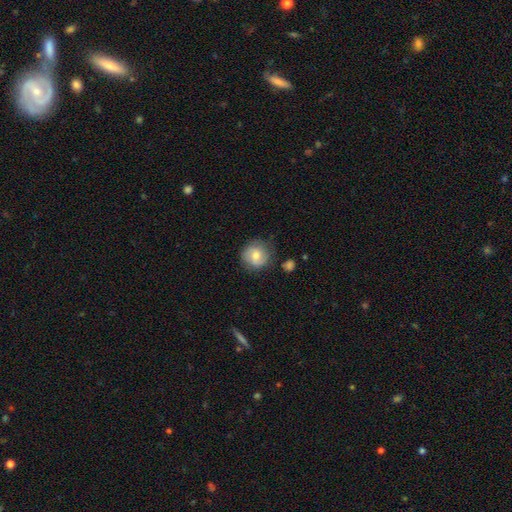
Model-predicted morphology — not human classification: A smooth galaxy with no disk features (68%) that is round (89%).

Vote fractions:
- Smooth or featured? smooth: 68% / featured or disk: 24% / star or artifact: 8%
- How rounded? round: 89% / in between: 10% / cigar-shaped: 1%
- Merging? none: 76% / minor disturbance: 17% / major disturbance: 5% / merger: 3%